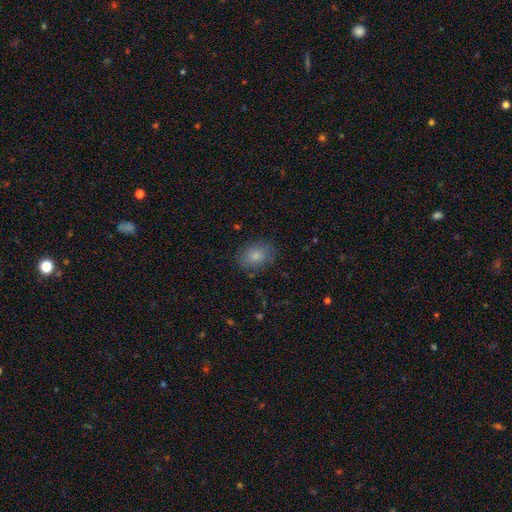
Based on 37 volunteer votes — Q: Smooth or featured?
A: smooth (92%); runner-up: star or artifact (5%)
Q: How rounded?
A: in between (53%); runner-up: round (47%)
Q: Merging?
A: none (83%); runner-up: minor disturbance (14%)